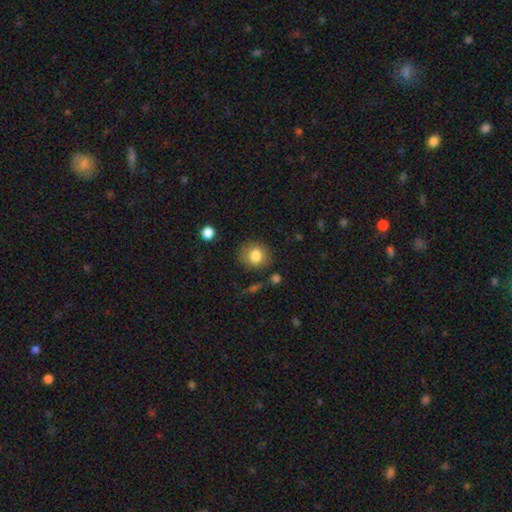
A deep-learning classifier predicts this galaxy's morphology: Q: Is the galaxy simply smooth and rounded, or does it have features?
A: smooth — 81%.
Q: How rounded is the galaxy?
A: round — 74%.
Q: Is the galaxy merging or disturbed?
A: none — 80%.